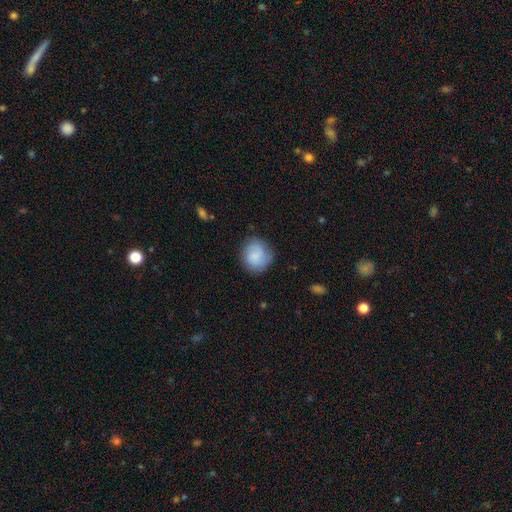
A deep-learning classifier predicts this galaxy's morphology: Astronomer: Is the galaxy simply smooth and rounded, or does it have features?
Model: smooth — 69%.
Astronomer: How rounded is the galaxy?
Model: round — 84%.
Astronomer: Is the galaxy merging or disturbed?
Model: none — 76%.